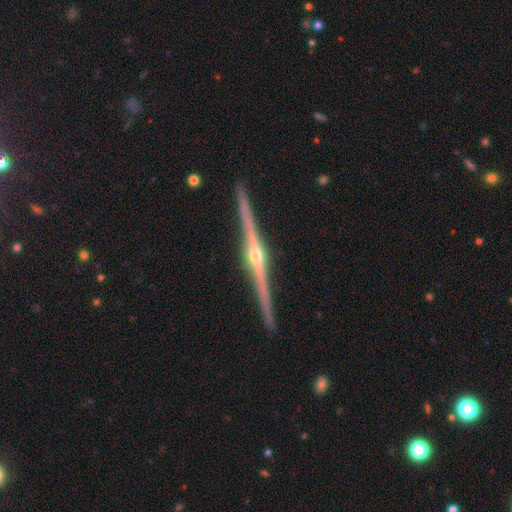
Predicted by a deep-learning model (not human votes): Smooth or featured? Predicted: featured or disk (p=0.90). Edge-on disk? Predicted: yes (p=0.99). Edge-on bulge? Predicted: rounded (p=0.93). Merging? Predicted: none (p=0.91).